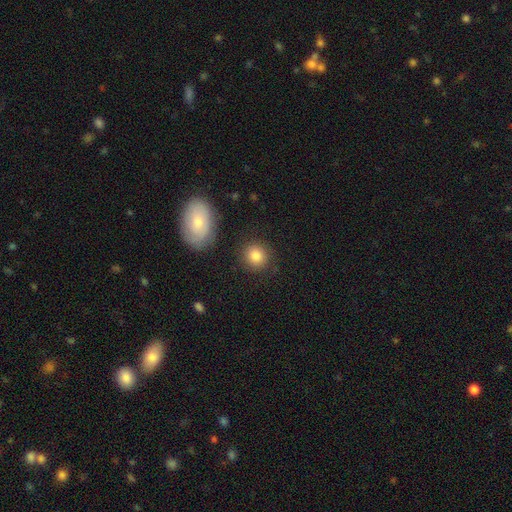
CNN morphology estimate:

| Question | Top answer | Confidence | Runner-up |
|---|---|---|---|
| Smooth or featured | smooth | 84% | star or artifact (9%) |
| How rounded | round | 87% | in between (12%) |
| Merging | none | 87% | minor disturbance (7%) |